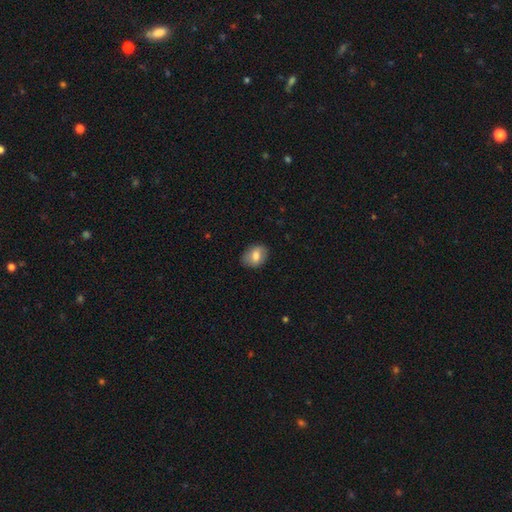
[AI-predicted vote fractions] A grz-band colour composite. It shows a smooth galaxy with no disk features (74%) that is in between round and cigar-shaped (72%). Merging: none (82%).